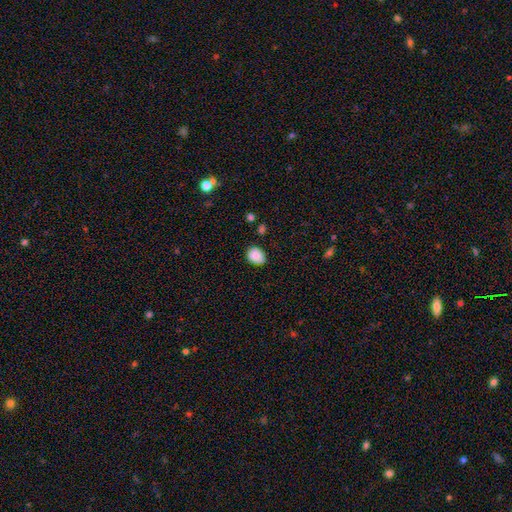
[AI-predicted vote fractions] Smooth or featured? Predicted: smooth (p=0.84). How rounded? Predicted: in between (p=0.56). Merging? Predicted: none (p=0.75).